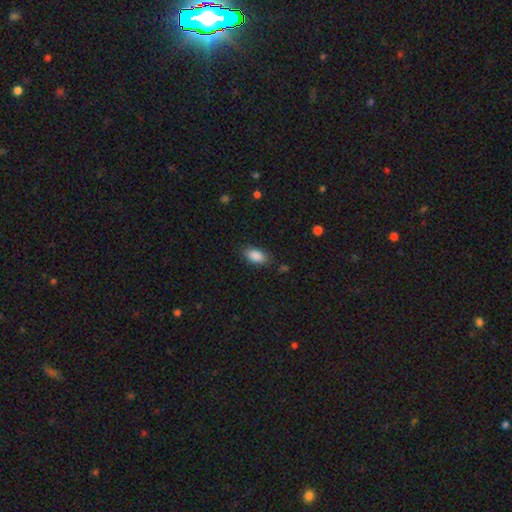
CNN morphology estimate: This appears to be a smooth galaxy with no disk features (88%) that is in between round and cigar-shaped (90%). Merging: none (81%).